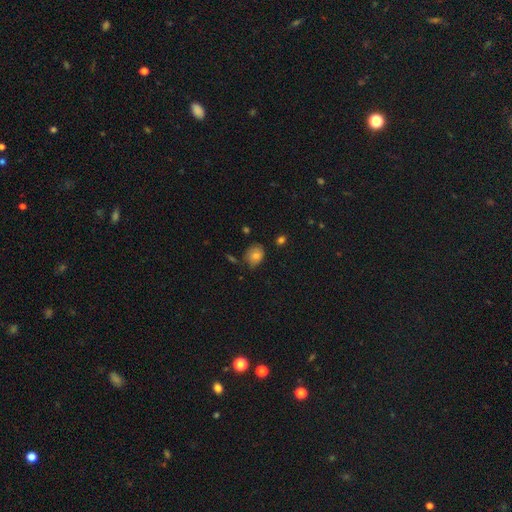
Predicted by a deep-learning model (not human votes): smooth-or-featured: smooth: 75% | featured or disk: 14% | star or artifact: 11%
  how-rounded: in between: 50% | round: 49% | cigar-shaped: 1%
  merging: none: 67% | minor disturbance: 25% | major disturbance: 4% | merger: 3%